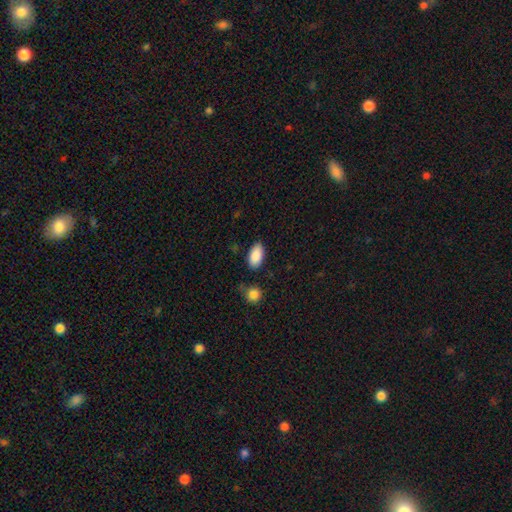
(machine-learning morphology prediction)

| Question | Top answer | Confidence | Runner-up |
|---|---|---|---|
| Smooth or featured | smooth | 89% | star or artifact (7%) |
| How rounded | in between | 93% | round (4%) |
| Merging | none | 81% | minor disturbance (13%) |